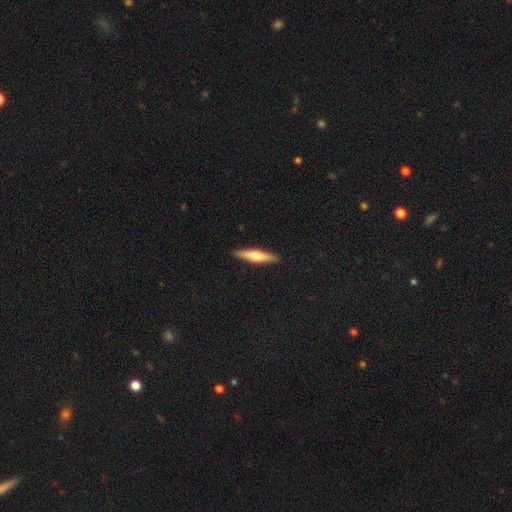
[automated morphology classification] smooth 51%, featured or disk 44%, star or artifact 5%. Down the decision tree: how rounded — cigar-shaped (86%); merging — none (91%).